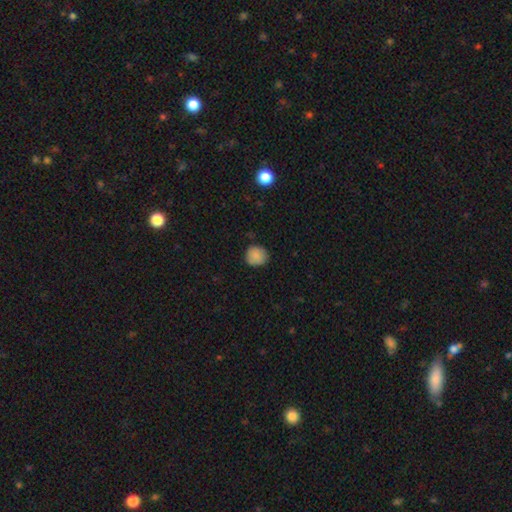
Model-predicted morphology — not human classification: The model was most divided on "merging": none: 83%, minor disturbance: 13%, major disturbance: 3%, merger: 1%. More confident: how rounded — round (88%); smooth or featured — smooth (87%).